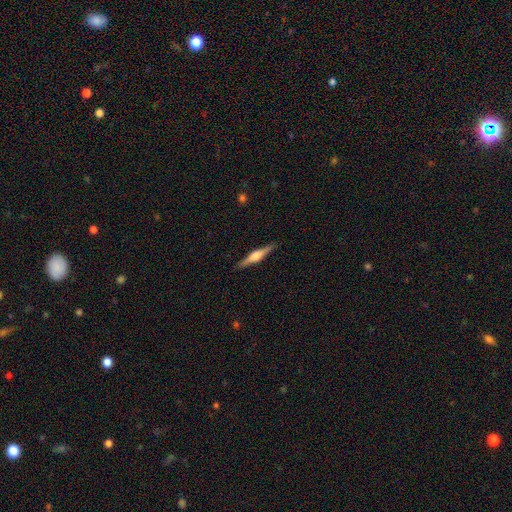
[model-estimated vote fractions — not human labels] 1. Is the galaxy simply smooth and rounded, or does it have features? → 69% featured or disk, 25% smooth, 6% star or artifact.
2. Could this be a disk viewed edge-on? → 98% yes, 2% no.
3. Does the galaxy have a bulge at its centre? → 85% rounded, 11% boxy, 4% none.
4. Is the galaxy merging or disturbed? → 91% none, 7% minor disturbance, 1% major disturbance, 1% merger.